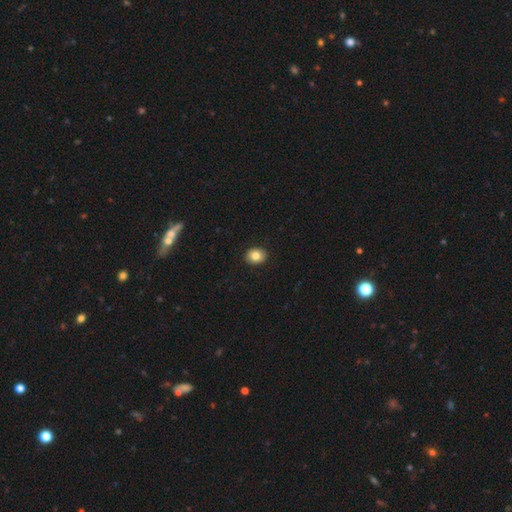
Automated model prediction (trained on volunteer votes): Q: Smooth or featured?
A: smooth (83%); runner-up: star or artifact (9%)
Q: How rounded?
A: round (52%); runner-up: in between (47%)
Q: Merging?
A: none (92%); runner-up: minor disturbance (6%)